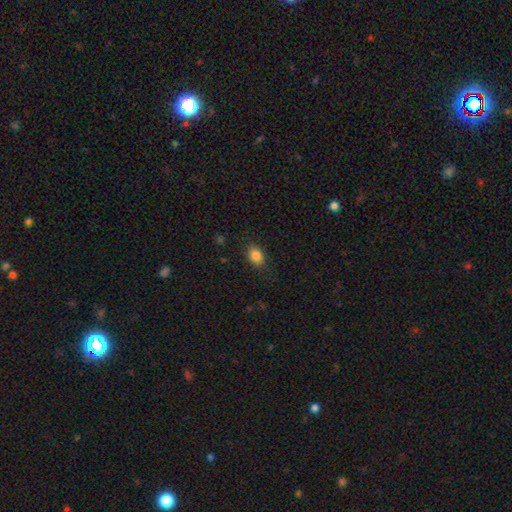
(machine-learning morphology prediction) A smooth galaxy with no disk features (86%) that is in between round and cigar-shaped (78%). Merging: none (84%).